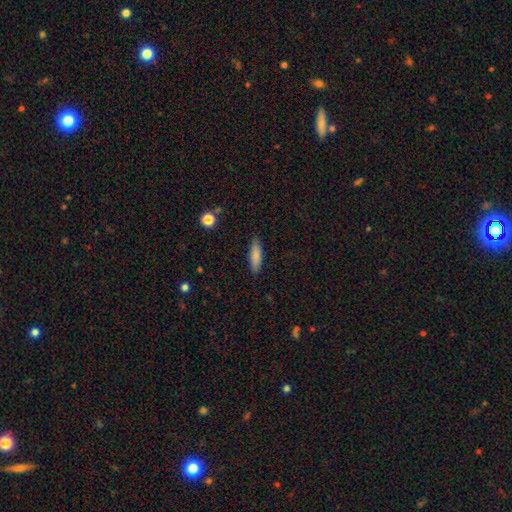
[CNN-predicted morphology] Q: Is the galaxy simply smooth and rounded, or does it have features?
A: smooth — 83%.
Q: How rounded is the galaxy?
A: cigar-shaped — 59%.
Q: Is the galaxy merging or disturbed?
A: none — 86%.